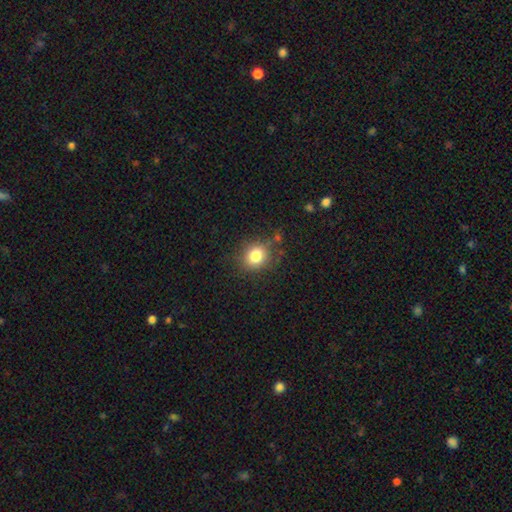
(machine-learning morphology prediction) Overall: smooth (80%). How rounded: round (73%). Merging: none (80%).